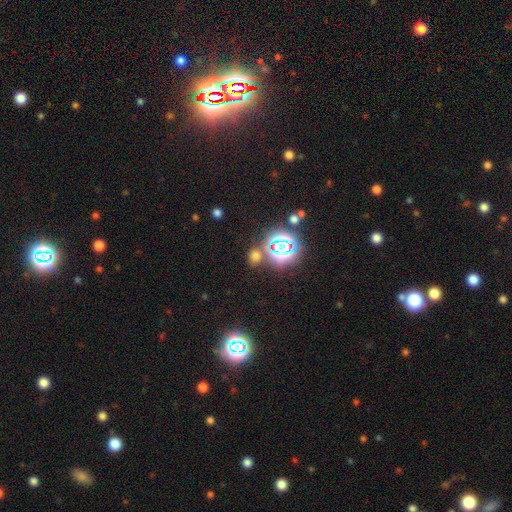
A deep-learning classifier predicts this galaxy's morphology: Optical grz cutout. It shows a smooth galaxy with no disk features (47%). Merging: none (73%).